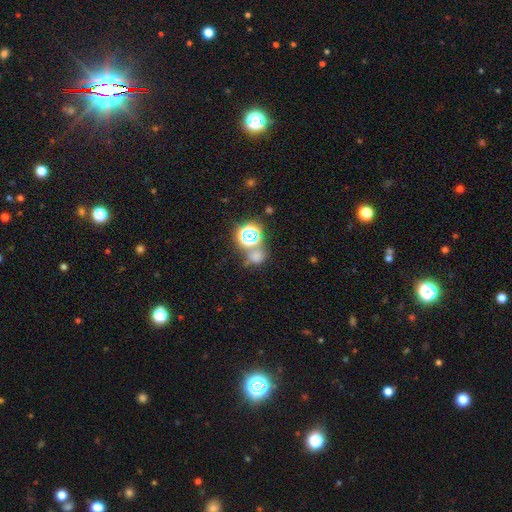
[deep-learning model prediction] Morphology: type=smooth (57%); roundness=round (79%); merging=none (56%).